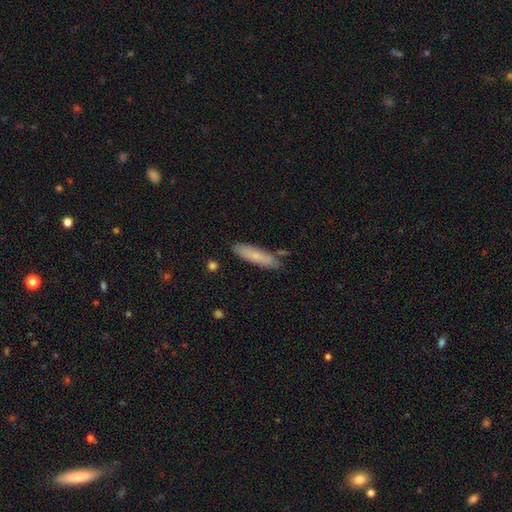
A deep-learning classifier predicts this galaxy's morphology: type=smooth (71%); roundness=cigar-shaped (72%); merging=none (77%).